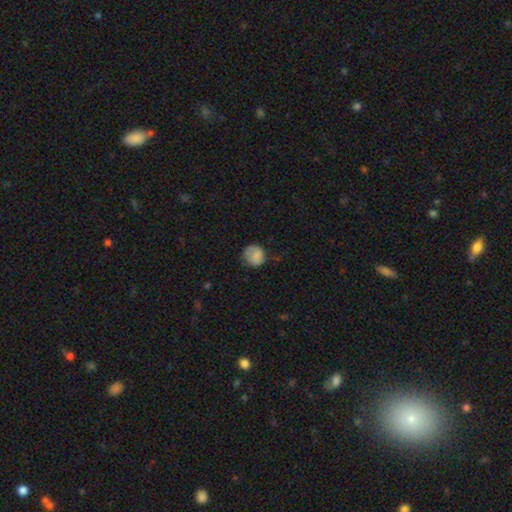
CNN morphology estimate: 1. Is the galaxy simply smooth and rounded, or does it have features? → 70% smooth, 22% featured or disk, 8% star or artifact.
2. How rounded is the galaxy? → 81% round, 18% in between, 1% cigar-shaped.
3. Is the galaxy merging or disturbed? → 61% none, 26% minor disturbance, 11% major disturbance, 2% merger.